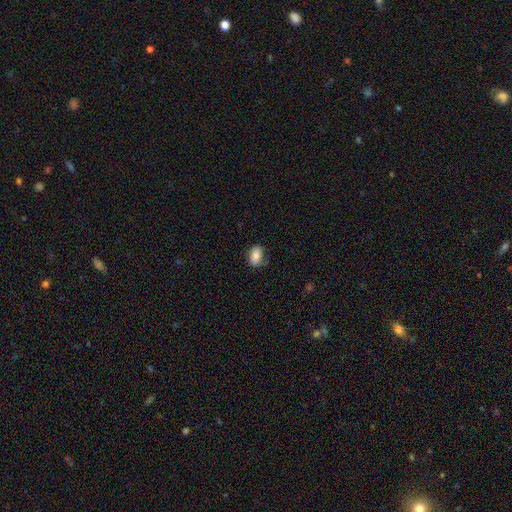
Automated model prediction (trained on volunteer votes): Smooth or featured?
  - smooth: 82% *
  - featured or disk: 11%
  - star or artifact: 8%
How rounded?
  - in between: 85% *
  - round: 13%
  - cigar-shaped: 2%
Merging?
  - none: 76% *
  - minor disturbance: 19%
  - major disturbance: 4%
  - merger: 1%